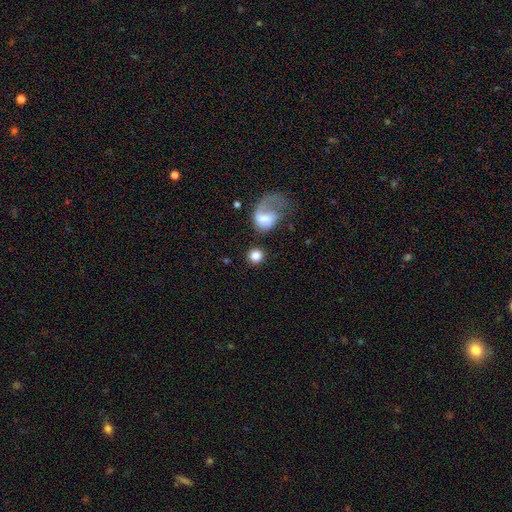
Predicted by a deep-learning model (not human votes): Morphology: type=smooth (81%); roundness=round (88%); merging=none (70%).